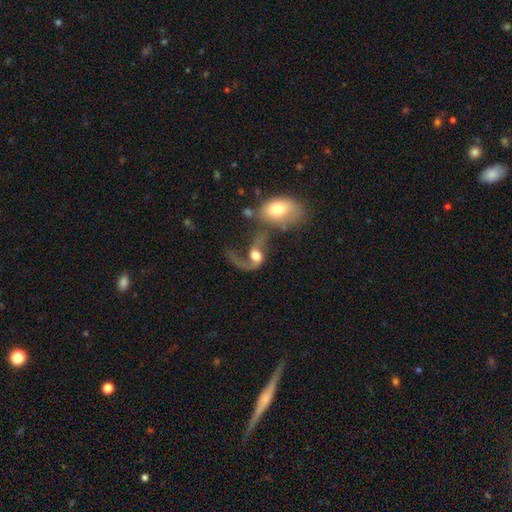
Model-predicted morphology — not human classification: A featured or disk galaxy (65%) with no bar (63%), 1 (50%) loose (81%) spiral arms (82%) and a moderate central bulge (49%). Merging: merger (43%).